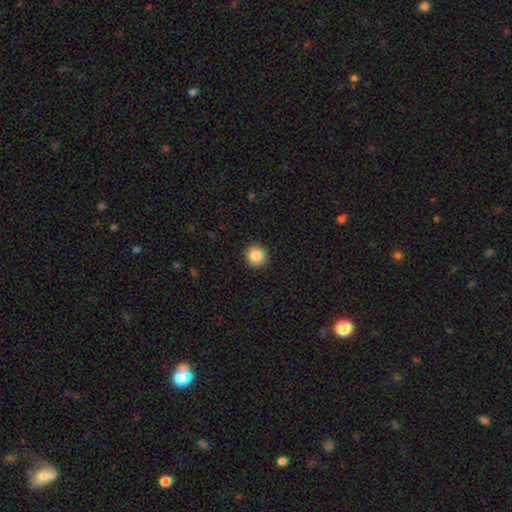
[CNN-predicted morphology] Overall: smooth (86%). How rounded: round (92%). Merging: none (92%).